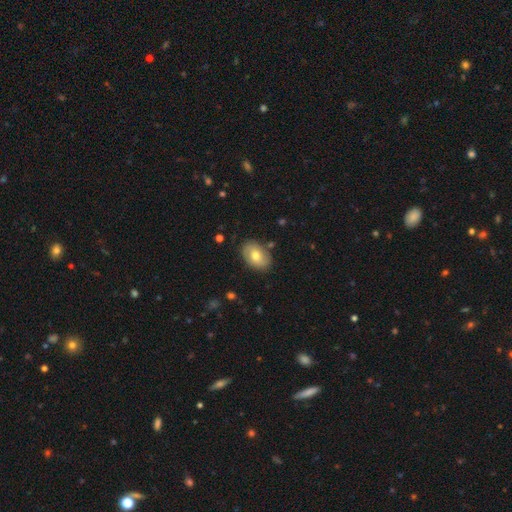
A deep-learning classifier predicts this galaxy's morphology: This appears to be a smooth galaxy with no disk features (63%) that is in between round and cigar-shaped (83%). Merging: none (82%).